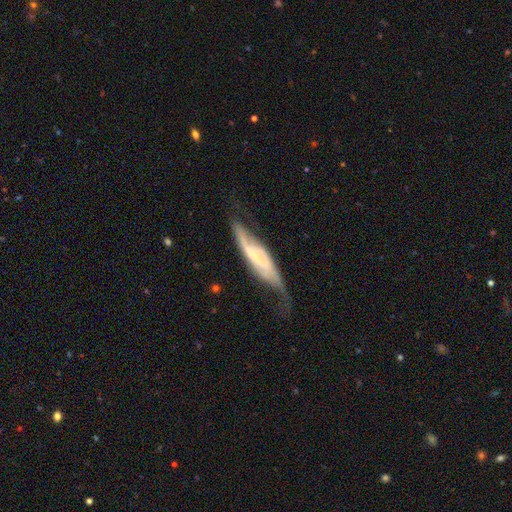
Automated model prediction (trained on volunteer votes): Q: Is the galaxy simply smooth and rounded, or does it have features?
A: featured or disk — 71%.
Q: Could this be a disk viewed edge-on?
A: no — 63%.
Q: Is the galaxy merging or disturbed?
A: none — 50%.